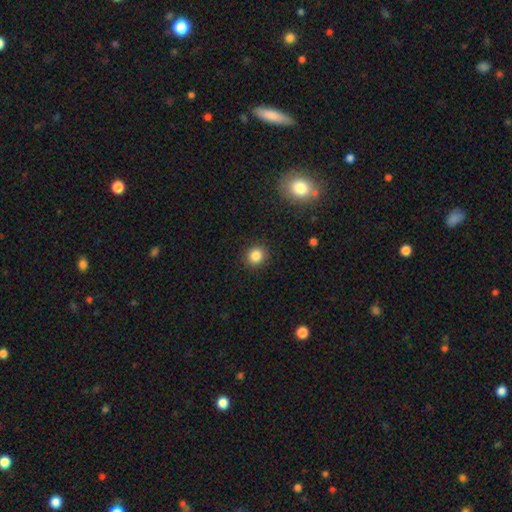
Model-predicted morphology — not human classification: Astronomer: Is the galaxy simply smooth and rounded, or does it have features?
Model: smooth — 84%.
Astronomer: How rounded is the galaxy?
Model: round — 86%.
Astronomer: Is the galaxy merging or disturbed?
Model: none — 90%.